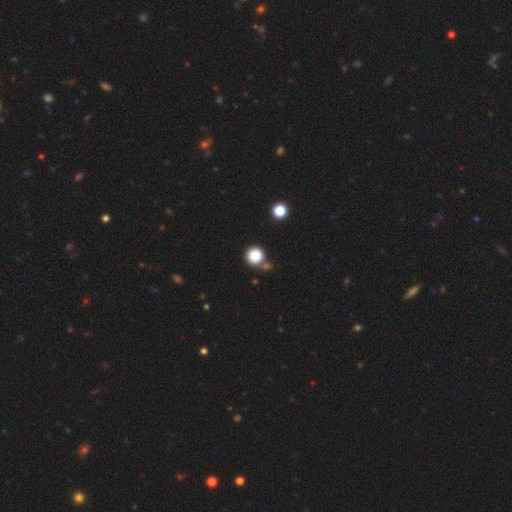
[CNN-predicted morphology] Smooth or featured?
  - smooth: 85% *
  - star or artifact: 11%
  - featured or disk: 4%
How rounded?
  - round: 94% *
  - in between: 5%
  - cigar-shaped: 1%
Merging?
  - none: 75% *
  - merger: 13%
  - minor disturbance: 9%
  - major disturbance: 3%